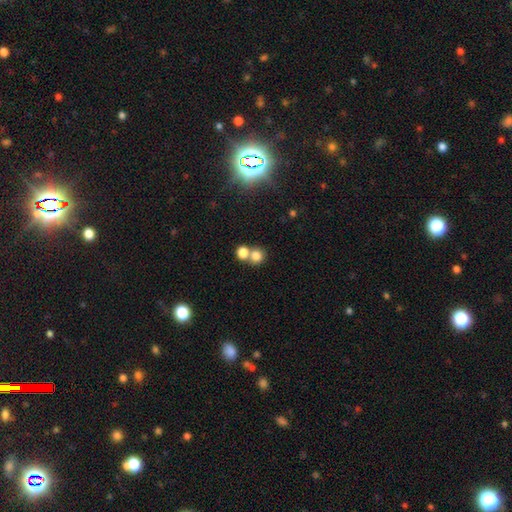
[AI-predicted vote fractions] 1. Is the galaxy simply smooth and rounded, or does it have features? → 78% smooth, 13% star or artifact, 9% featured or disk.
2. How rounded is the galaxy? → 83% round, 16% in between, 1% cigar-shaped.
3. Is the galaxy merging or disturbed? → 46% none, 44% merger, 6% minor disturbance, 3% major disturbance.